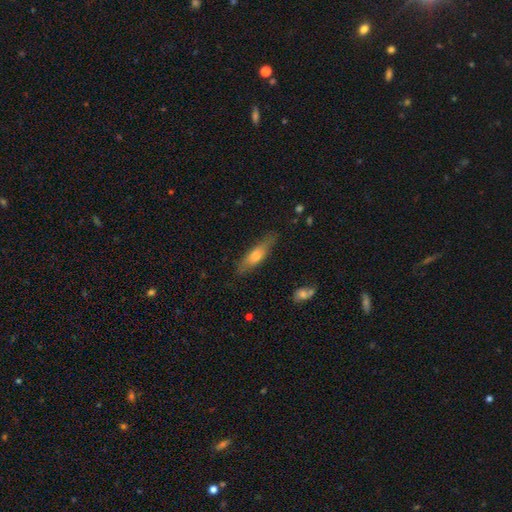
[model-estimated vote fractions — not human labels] Smooth or featured?
  - smooth: 59% *
  - featured or disk: 34%
  - star or artifact: 6%
How rounded?
  - cigar-shaped: 62% *
  - in between: 35%
  - round: 2%
Merging?
  - none: 77% *
  - minor disturbance: 17%
  - major disturbance: 4%
  - merger: 2%